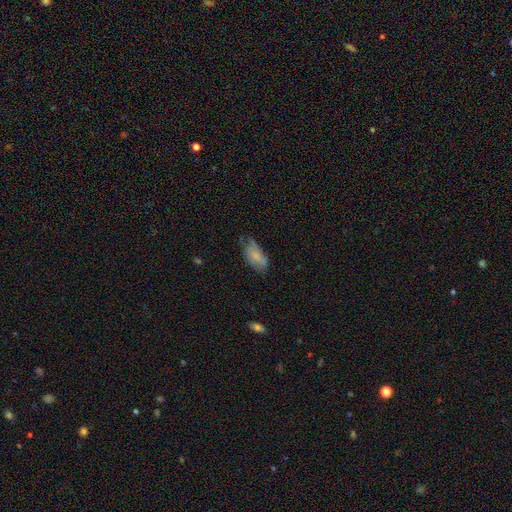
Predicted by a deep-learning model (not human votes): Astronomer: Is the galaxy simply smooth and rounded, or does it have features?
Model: smooth — 68%.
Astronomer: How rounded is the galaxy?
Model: in between — 91%.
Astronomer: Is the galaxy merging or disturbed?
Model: none — 52% (runner-up: minor disturbance, 34%).